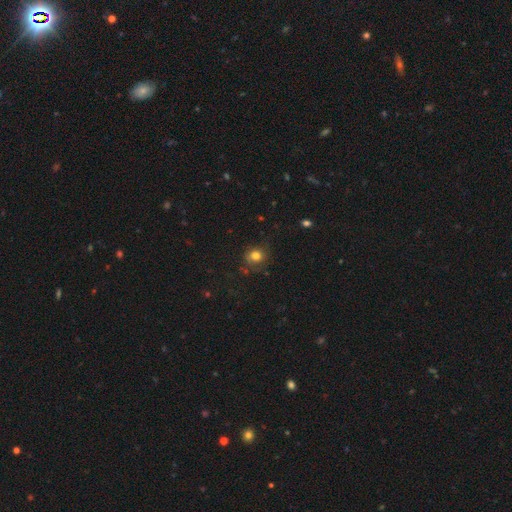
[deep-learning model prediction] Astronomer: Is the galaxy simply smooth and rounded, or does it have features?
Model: smooth — 78%.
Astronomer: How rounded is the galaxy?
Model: round — 72%.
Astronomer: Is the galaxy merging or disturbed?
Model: none — 71%.